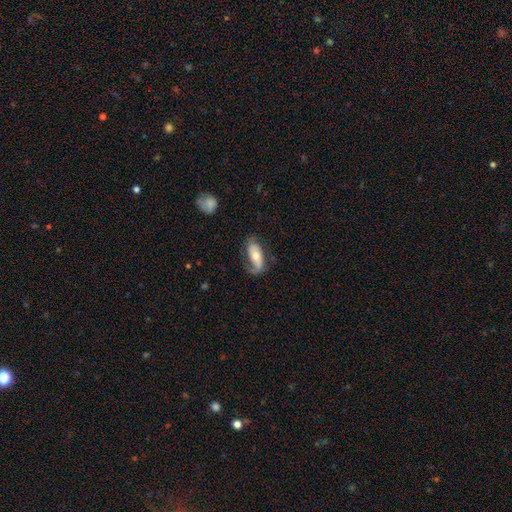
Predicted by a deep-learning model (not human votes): smooth_or_featured: featured or disk (p=0.52) [alt: smooth p=0.42]
disk_edge_on: no (p=0.87) [alt: yes p=0.13]
merging: none (p=0.54) [alt: minor disturbance p=0.25]